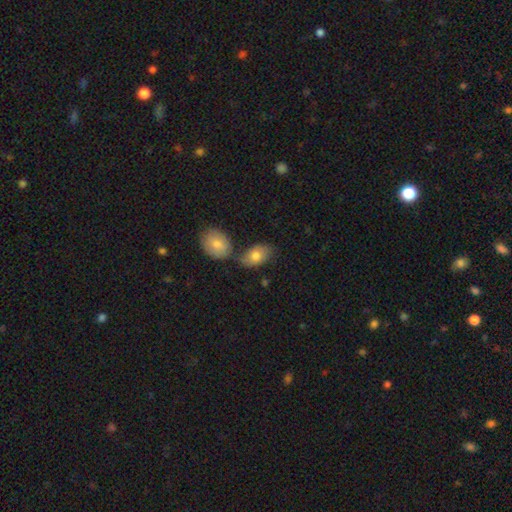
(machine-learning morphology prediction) Smooth or featured? Predicted: smooth (p=0.79). How rounded? Predicted: in between (p=0.89). Merging? Predicted: none (p=0.54).